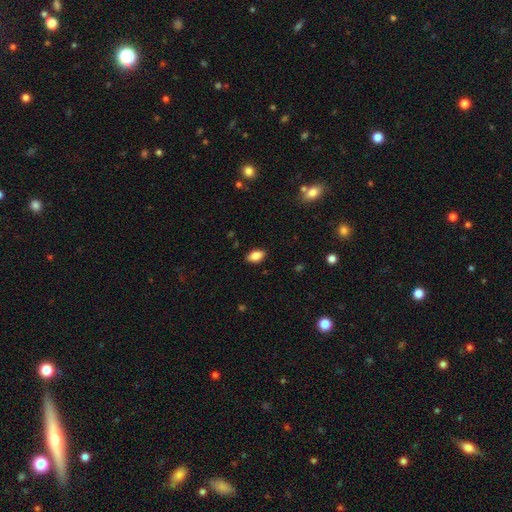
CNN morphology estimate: smooth_or_featured: smooth (p=0.85) [alt: star or artifact p=0.08]
how_rounded: in between (p=0.91) [alt: round p=0.06]
merging: none (p=0.88) [alt: minor disturbance p=0.09]